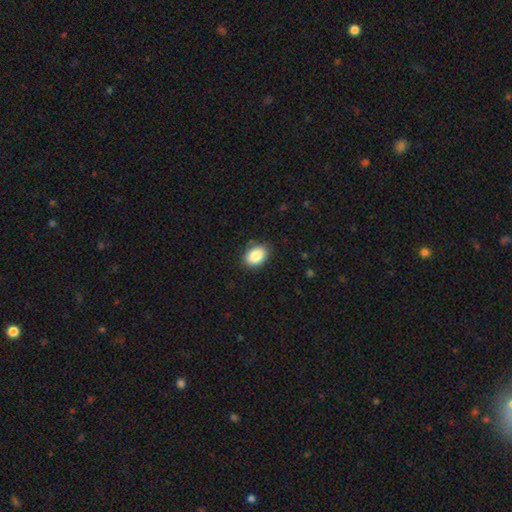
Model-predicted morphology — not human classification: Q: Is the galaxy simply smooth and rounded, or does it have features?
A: smooth — 88%.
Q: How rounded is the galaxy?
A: in between — 74%.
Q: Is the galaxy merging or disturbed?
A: none — 87%.